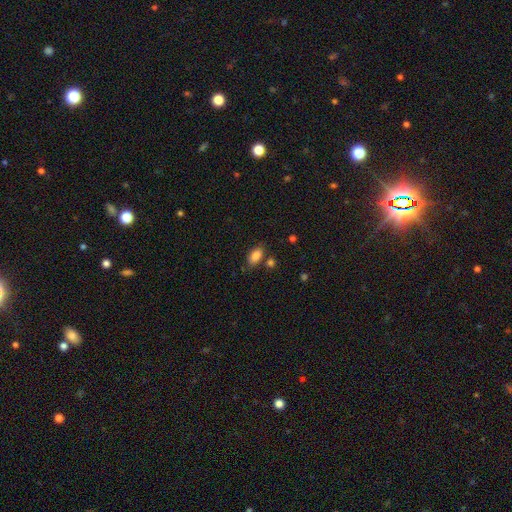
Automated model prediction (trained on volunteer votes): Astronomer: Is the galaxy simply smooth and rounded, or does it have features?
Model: smooth — 86%.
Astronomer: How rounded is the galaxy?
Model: in between — 91%.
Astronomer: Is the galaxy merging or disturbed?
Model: none — 75%.